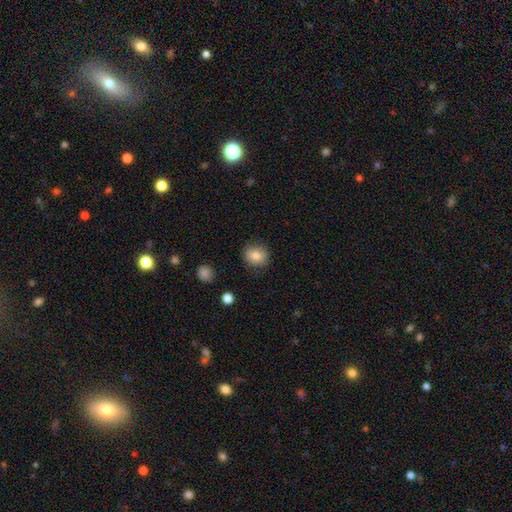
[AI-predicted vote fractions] Q: Smooth or featured?
A: smooth (81%); runner-up: featured or disk (10%)
Q: How rounded?
A: round (82%); runner-up: in between (17%)
Q: Merging?
A: none (87%); runner-up: minor disturbance (10%)